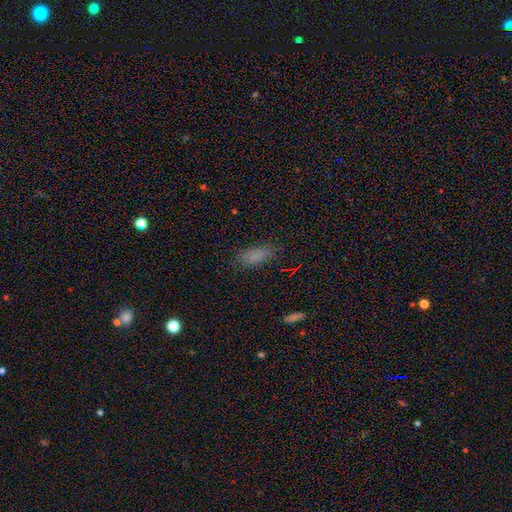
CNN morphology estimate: Smooth or featured: smooth — 81% (star or artifact — 12%)
How rounded: in between — 77% (cigar-shaped — 20%)
Merging: none — 80% (minor disturbance — 14%)